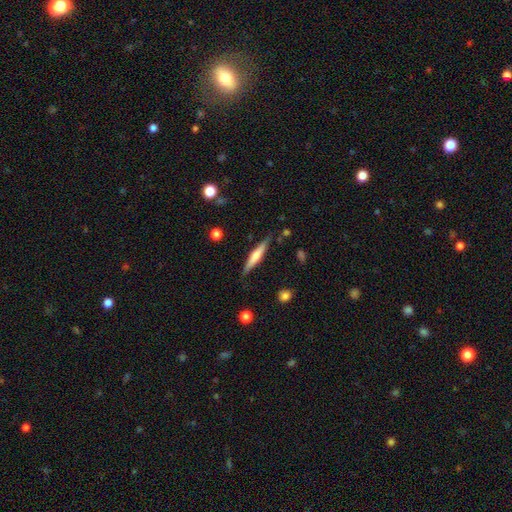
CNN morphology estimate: Smooth or featured?
  - featured or disk: 51% *
  - smooth: 43%
  - star or artifact: 6%
Edge-on disk?
  - yes: 96% *
  - no: 4%
Merging?
  - none: 85% *
  - minor disturbance: 11%
  - major disturbance: 2%
  - merger: 2%